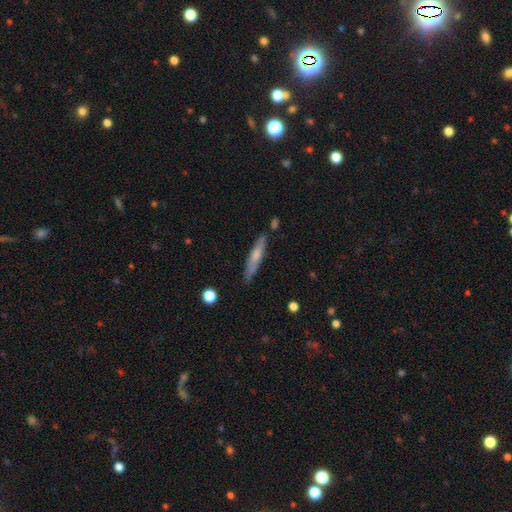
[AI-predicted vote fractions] A smooth galaxy with no disk features (57%) that is cigar-shaped (90%).

Vote fractions:
- Smooth or featured? smooth: 57% / featured or disk: 36% / star or artifact: 7%
- How rounded? cigar-shaped: 90% / in between: 8% / round: 2%
- Merging? none: 79% / minor disturbance: 14% / merger: 4% / major disturbance: 3%